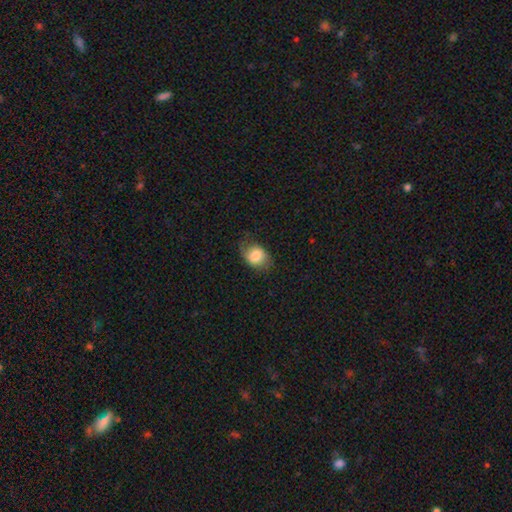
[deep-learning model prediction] Morphology: type=smooth (76%); roundness=in between (63%); merging=none (66%).